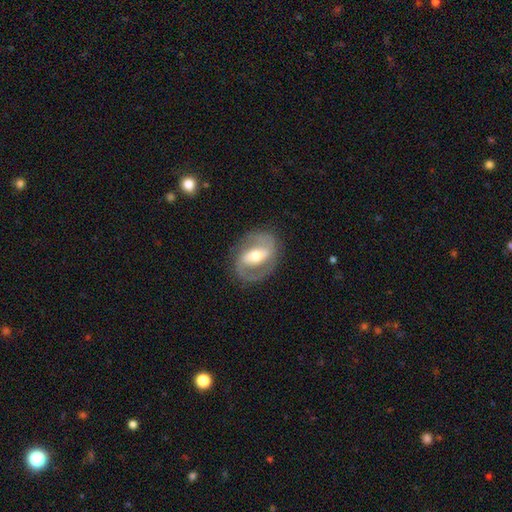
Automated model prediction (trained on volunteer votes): Q: Smooth or featured?
A: featured or disk (83%); runner-up: smooth (12%)
Q: Edge-on disk?
A: no (96%); runner-up: yes (4%)
Q: Bar?
A: strong (44%); runner-up: weak (36%)
Q: Spiral arms?
A: yes (90%); runner-up: no (10%)
Q: Spiral winding?
A: medium (52%); runner-up: tight (26%)
Q: Spiral arm count?
A: 2 (89%); runner-up: can't tell (4%)
Q: Bulge size?
A: moderate (64%); runner-up: small (25%)
Q: Merging?
A: none (81%); runner-up: minor disturbance (11%)